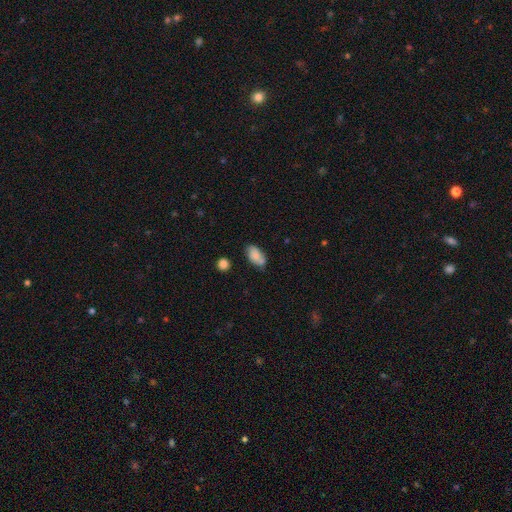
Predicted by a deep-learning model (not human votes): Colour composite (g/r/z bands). It shows a smooth galaxy with no disk features (75%) that is in between round and cigar-shaped (91%). Merging: none (59%).